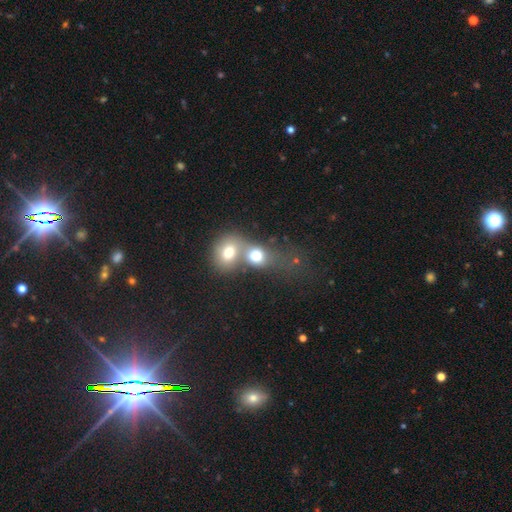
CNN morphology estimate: type=smooth (72%); roundness=round (58%); merging=merger (70%).